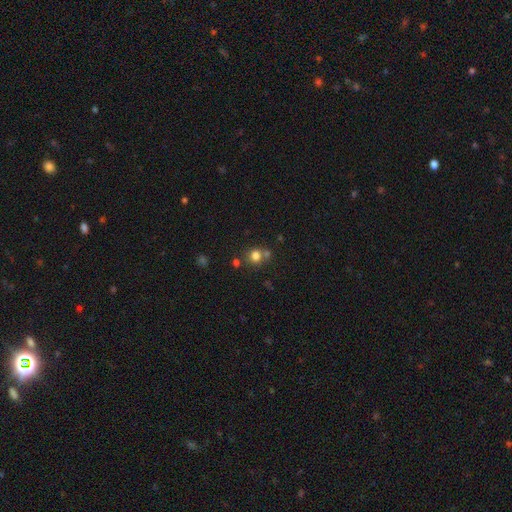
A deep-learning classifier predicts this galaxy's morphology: This is likely a smooth galaxy (78%). How rounded: clearly round (83%). Merging: likely none (61%).